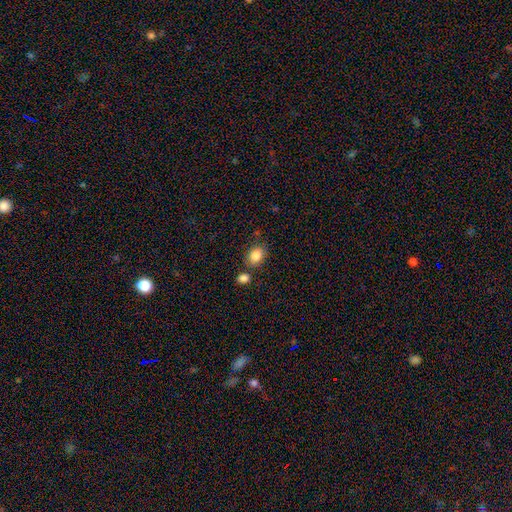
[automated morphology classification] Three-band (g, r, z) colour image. It shows a smooth galaxy with no disk features (86%) that is in between round and cigar-shaped (69%). Merging: none (72%).